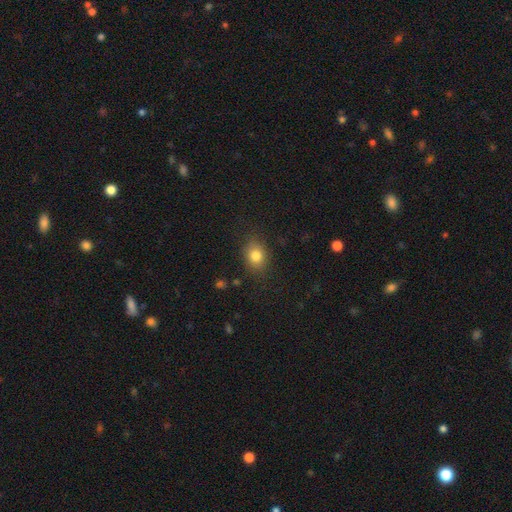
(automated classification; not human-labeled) A smooth galaxy with no disk features (81%) that is in between round and cigar-shaped (53%).

Vote fractions:
- Smooth or featured? smooth: 81% / star or artifact: 11% / featured or disk: 8%
- How rounded? in between: 53% / round: 46% / cigar-shaped: 1%
- Merging? none: 83% / minor disturbance: 12% / major disturbance: 4% / merger: 1%